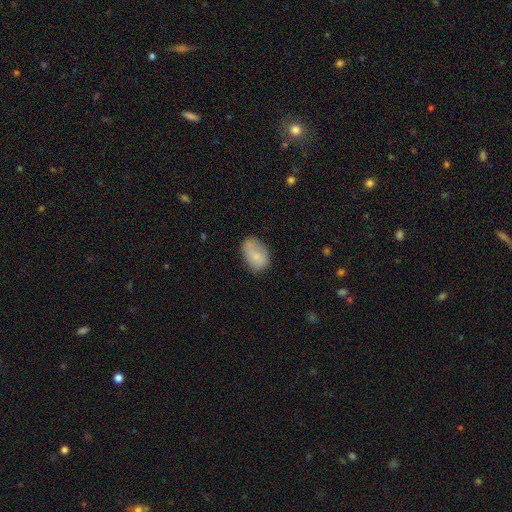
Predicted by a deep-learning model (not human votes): A smooth galaxy with no disk features (76%) that is in between round and cigar-shaped (85%). Merging: none (65%).